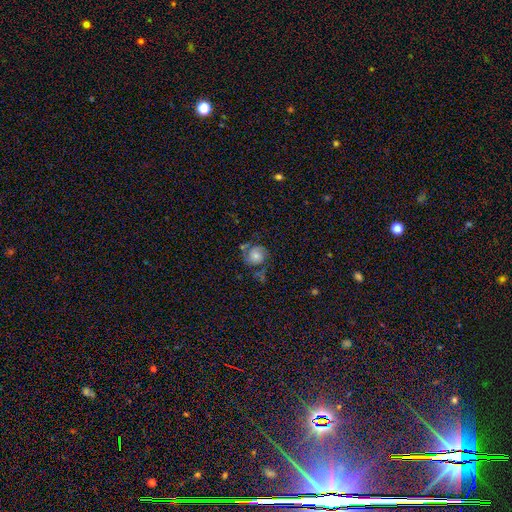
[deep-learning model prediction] smooth_or_featured: featured or disk (p=0.57) [alt: smooth p=0.33]
disk_edge_on: no (p=0.98) [alt: yes p=0.02]
bar: no (p=0.75) [alt: weak p=0.21]
has_spiral_arms: yes (p=0.88) [alt: no p=0.12]
bulge_size: moderate (p=0.50) [alt: small p=0.34]
merging: none (p=0.54) [alt: minor disturbance p=0.22]